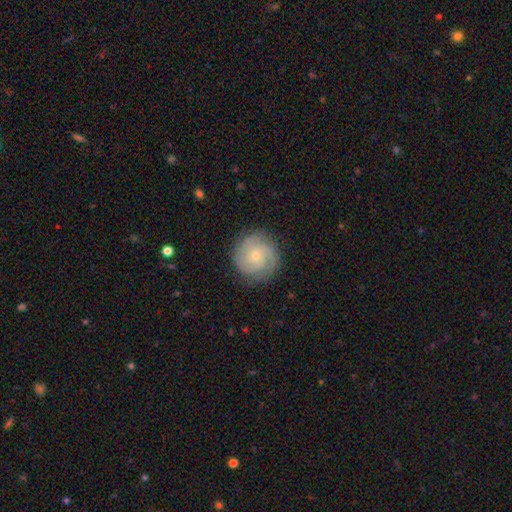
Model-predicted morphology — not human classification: Smooth or featured? featured or disk (73%)
Edge-on disk? no (98%)
Bar? no (76%)
Spiral arms? yes (94%)
Spiral winding? tight (63%)
Spiral arm count? 3 (35%)
Bulge size? small (69%)
Merging? none (83%)